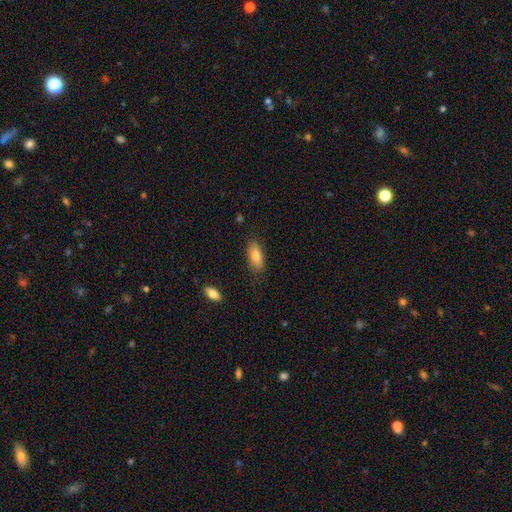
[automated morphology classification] smooth 79%, featured or disk 14%, star or artifact 7%. Down the decision tree: how rounded — in between (76%); merging — none (80%).